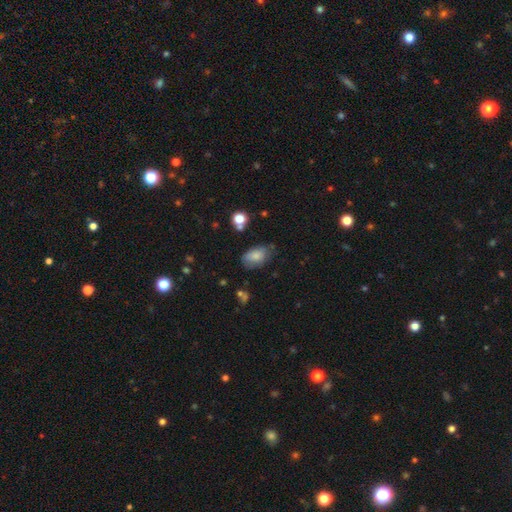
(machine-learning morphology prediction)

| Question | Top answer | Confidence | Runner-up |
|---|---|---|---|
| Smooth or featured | smooth | 77% | featured or disk (14%) |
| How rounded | in between | 89% | round (9%) |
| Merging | none | 59% | minor disturbance (29%) |